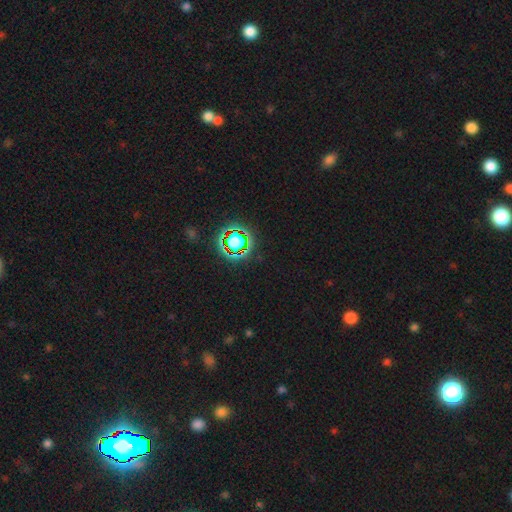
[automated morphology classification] Q: Smooth or featured?
A: star or artifact (78%); runner-up: smooth (14%)